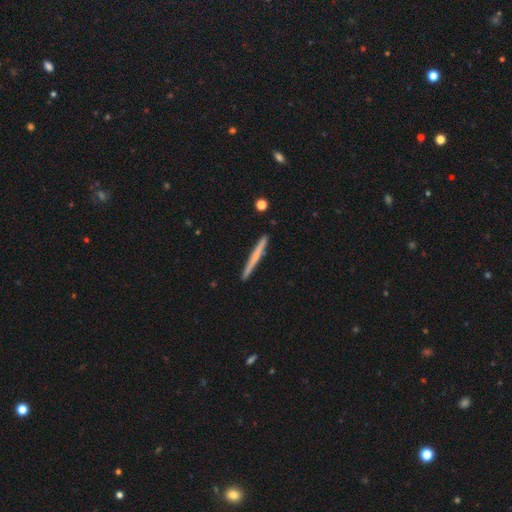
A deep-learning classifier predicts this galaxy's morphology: Overall: smooth (57%; featured or disk 38%). How rounded: cigar-shaped (97%). Merging: none (92%).